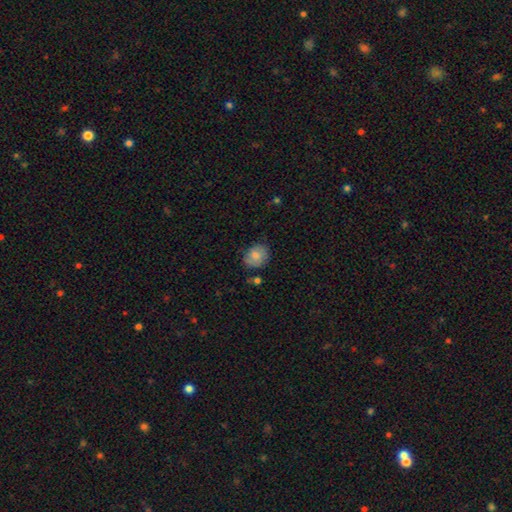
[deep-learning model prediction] Smooth or featured? smooth (79%)
How rounded? round (51%)
Merging? none (70%)